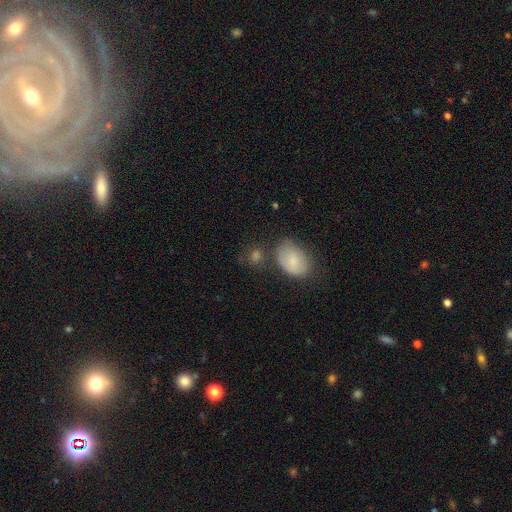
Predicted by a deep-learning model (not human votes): smooth_or_featured: smooth (p=0.74) [alt: featured or disk p=0.13]
how_rounded: round (p=0.52) [alt: in between p=0.46]
merging: none (p=0.61) [alt: minor disturbance p=0.19]